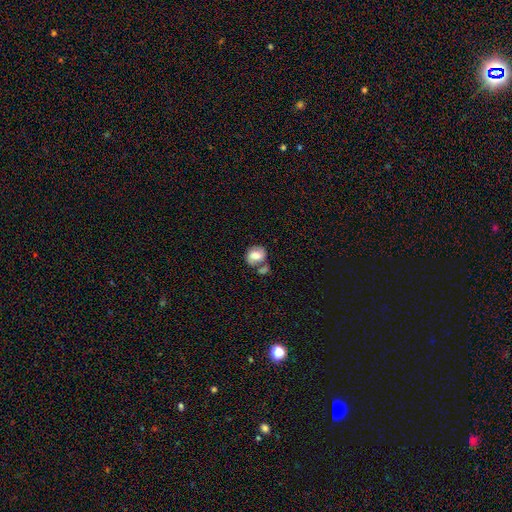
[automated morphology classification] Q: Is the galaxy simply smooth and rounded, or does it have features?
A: smooth — 64%.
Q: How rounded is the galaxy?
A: round — 56%.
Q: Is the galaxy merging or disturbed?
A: none — 42%.